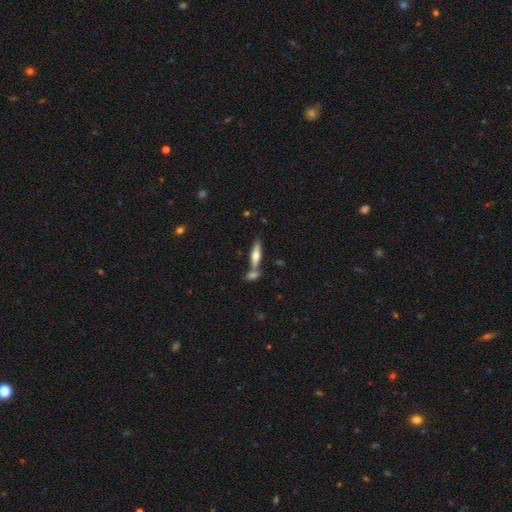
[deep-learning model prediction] A smooth galaxy with no disk features (53%) that is cigar-shaped (67%). Merging: none (59%).